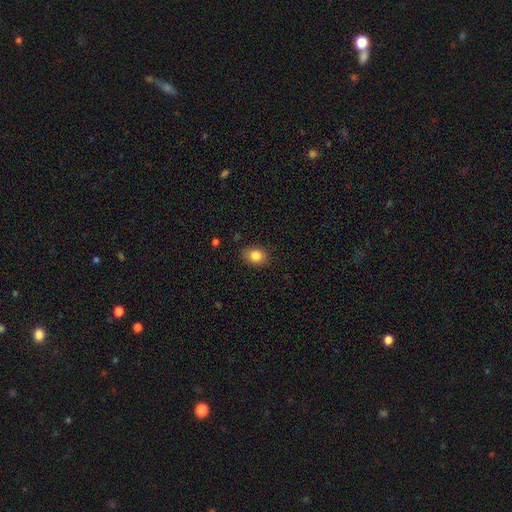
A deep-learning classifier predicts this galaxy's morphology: This is clearly a smooth galaxy (84%). How rounded: possibly in between (56%). Merging: clearly none (87%).